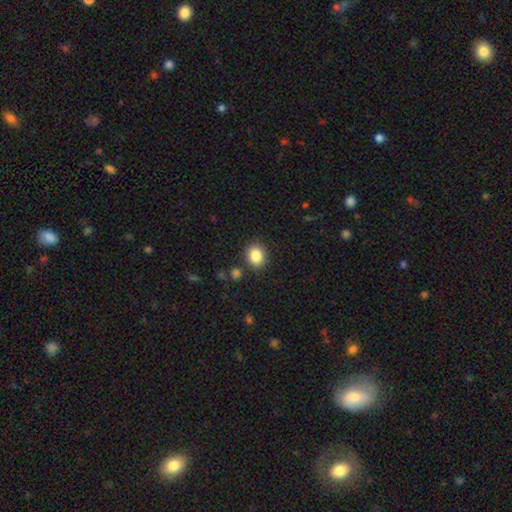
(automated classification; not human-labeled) Overall: smooth (86%). How rounded: round (62%; in between 38%). Merging: none (85%).